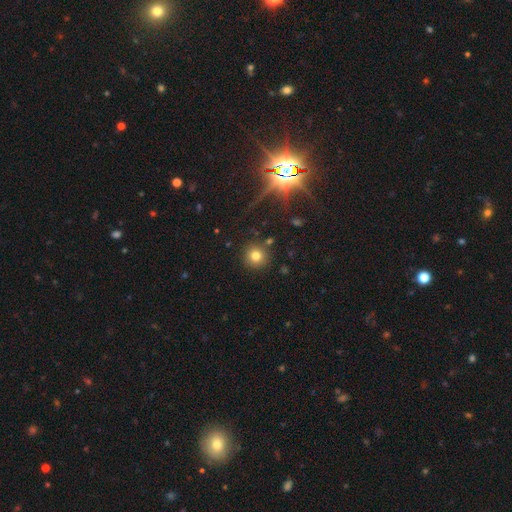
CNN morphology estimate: Smooth or featured: smooth — 76% (star or artifact — 15%)
How rounded: round — 94% (in between — 5%)
Merging: none — 87% (minor disturbance — 7%)